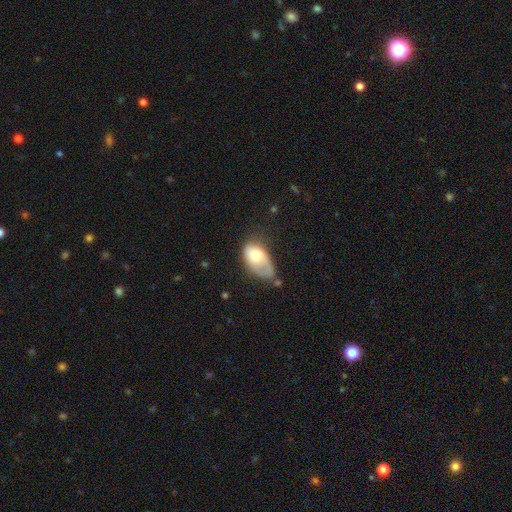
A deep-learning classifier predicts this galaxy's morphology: type=smooth (67%); roundness=in between (91%); merging=major disturbance (35%).